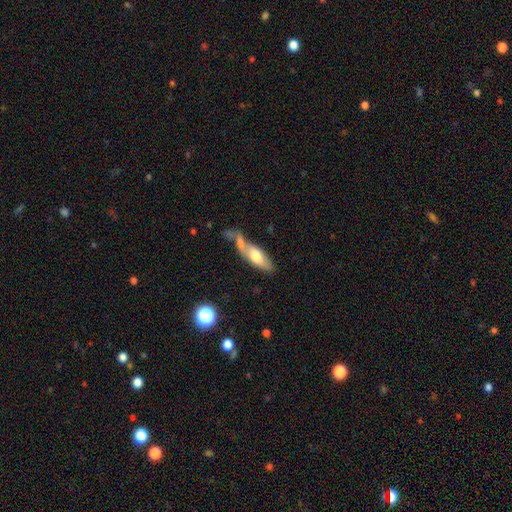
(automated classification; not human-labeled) smooth_or_featured: smooth (p=0.61) [alt: featured or disk p=0.32]
how_rounded: in between (p=0.61) [alt: cigar-shaped p=0.36]
merging: merger (p=0.41) [alt: none p=0.30]